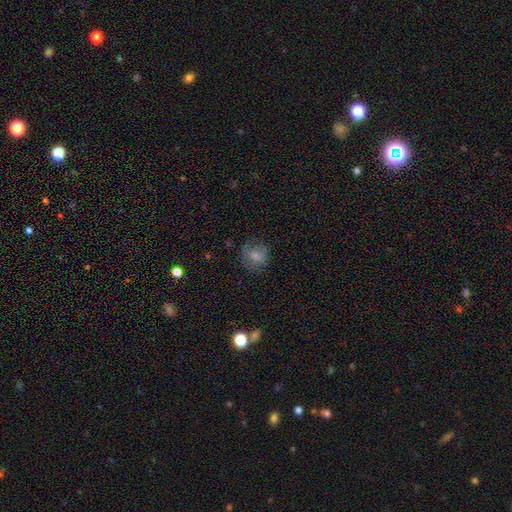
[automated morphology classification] type=smooth (56%); roundness=round (73%); merging=none (70%).